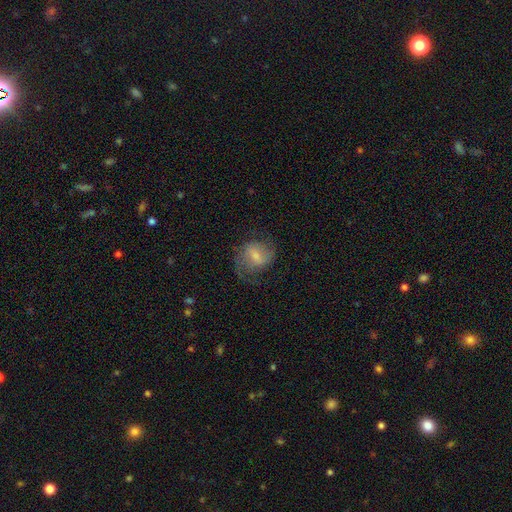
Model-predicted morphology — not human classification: This appears to be a featured or disk galaxy (63%) with a weak bar (55%), 2 (78%) medium (47%) spiral arms (88%) and a moderate central bulge (42%). Merging: none (59%).